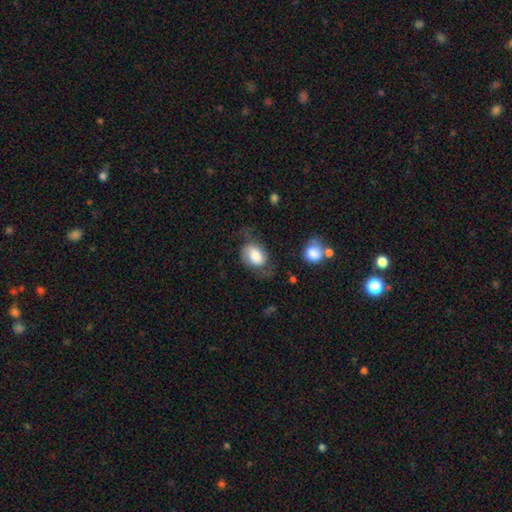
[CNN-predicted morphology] This appears to be a smooth galaxy with no disk features (72%) that is in between round and cigar-shaped (76%). Merging: none (50%).